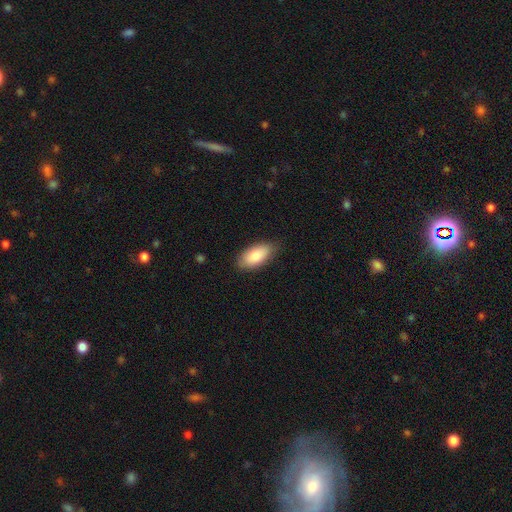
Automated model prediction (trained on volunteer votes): smooth-or-featured: smooth: 85% | featured or disk: 9% | star or artifact: 6%
  how-rounded: in between: 91% | cigar-shaped: 7% | round: 2%
  merging: none: 83% | minor disturbance: 14% | major disturbance: 2% | merger: 1%